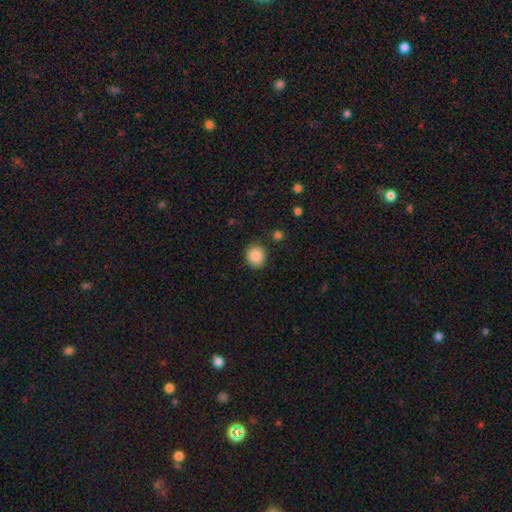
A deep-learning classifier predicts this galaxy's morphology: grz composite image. It shows a smooth galaxy with no disk features (88%) that is round (80%). Merging: none (85%).